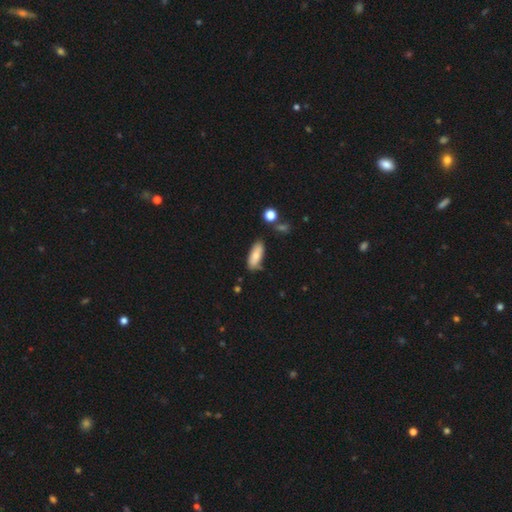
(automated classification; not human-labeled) The model was most divided on "how rounded": in between: 74%, cigar-shaped: 23%, round: 2%. More confident: smooth or featured — smooth (77%); merging — none (73%).